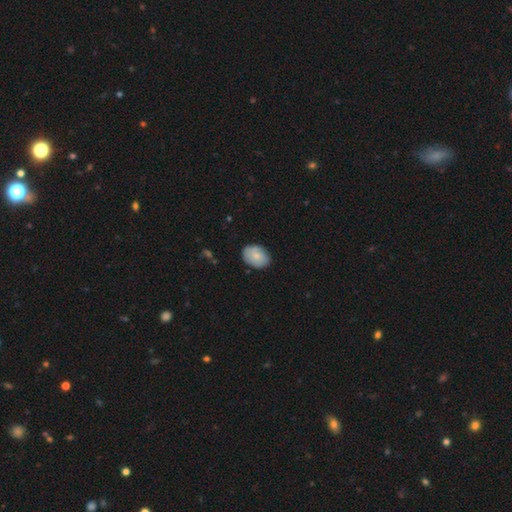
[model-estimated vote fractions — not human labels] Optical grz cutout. It shows a smooth galaxy with no disk features (78%) that is in between round and cigar-shaped (75%). Merging: none (81%).